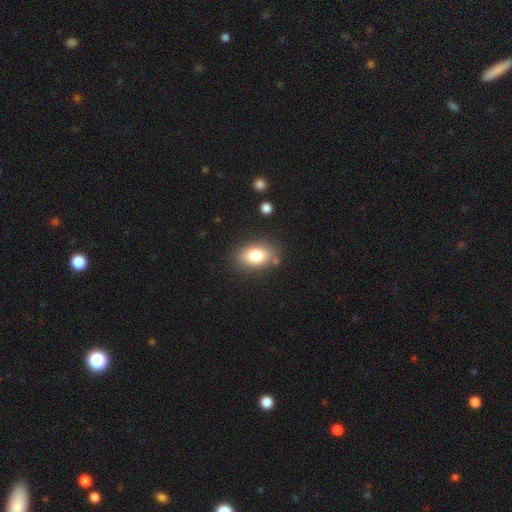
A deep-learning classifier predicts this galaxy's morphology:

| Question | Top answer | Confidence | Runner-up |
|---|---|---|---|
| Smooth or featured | smooth | 80% | featured or disk (11%) |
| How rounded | in between | 84% | round (14%) |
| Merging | none | 81% | minor disturbance (12%) |